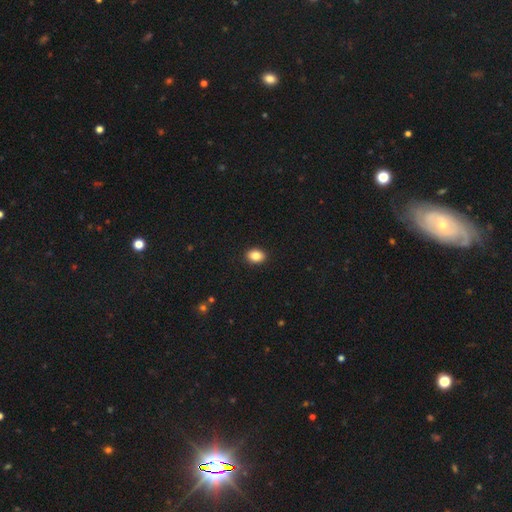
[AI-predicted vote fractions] Q: Smooth or featured?
A: smooth (85%); runner-up: star or artifact (9%)
Q: How rounded?
A: in between (59%); runner-up: round (40%)
Q: Merging?
A: none (92%); runner-up: minor disturbance (6%)